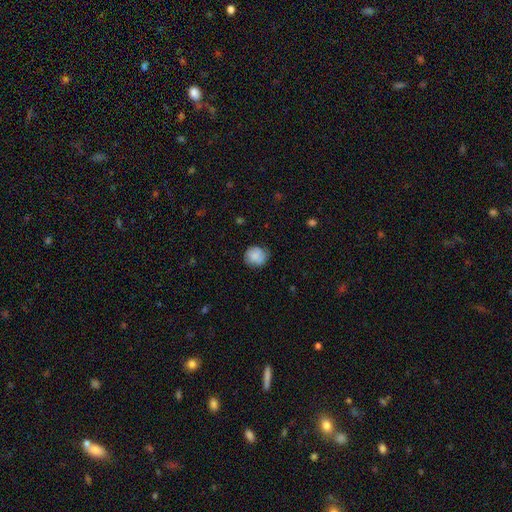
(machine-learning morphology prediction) Smooth or featured?
  - smooth: 74% *
  - featured or disk: 18%
  - star or artifact: 8%
How rounded?
  - round: 81% *
  - in between: 18%
  - cigar-shaped: 1%
Merging?
  - none: 73% *
  - minor disturbance: 20%
  - major disturbance: 5%
  - merger: 1%